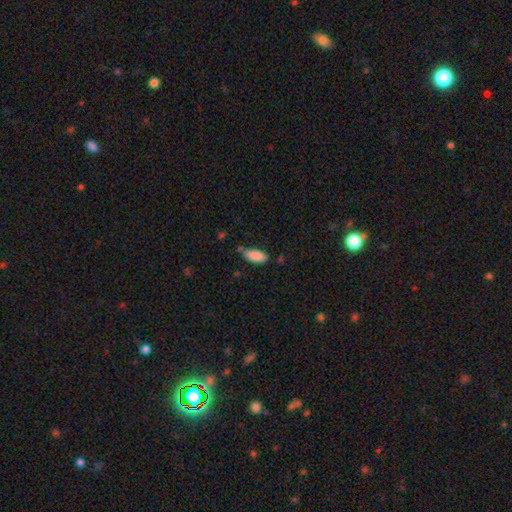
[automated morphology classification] Smooth or featured: smooth — 89% (star or artifact — 7%)
How rounded: in between — 84% (cigar-shaped — 14%)
Merging: none — 68% (minor disturbance — 23%)